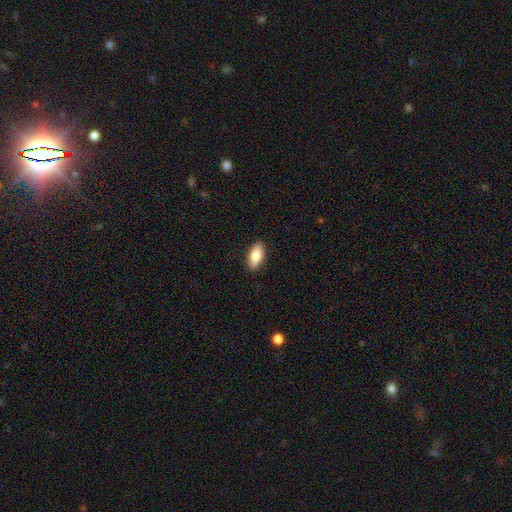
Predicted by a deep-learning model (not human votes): Smooth or featured? smooth (84%)
How rounded? in between (91%)
Merging? none (90%)